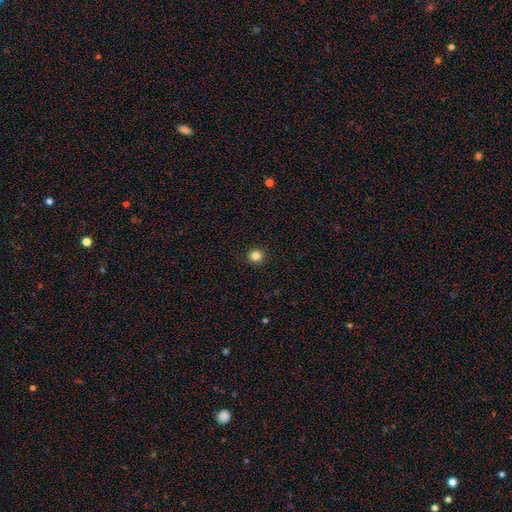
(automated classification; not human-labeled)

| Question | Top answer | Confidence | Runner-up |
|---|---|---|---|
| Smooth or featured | smooth | 84% | star or artifact (12%) |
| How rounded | round | 90% | in between (9%) |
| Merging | none | 92% | minor disturbance (5%) |